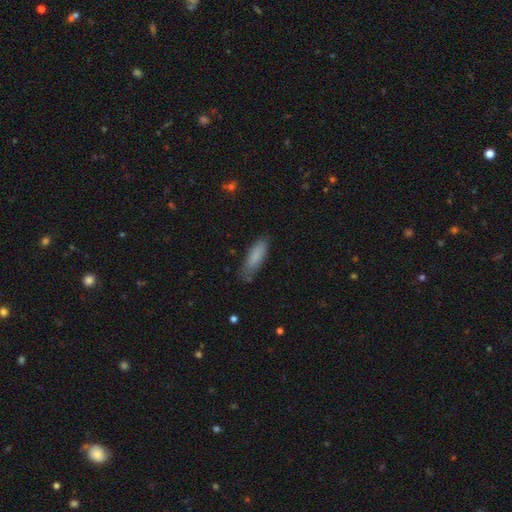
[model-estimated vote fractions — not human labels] Smooth or featured?
  - smooth: 85% *
  - featured or disk: 9%
  - star or artifact: 6%
How rounded?
  - cigar-shaped: 52% *
  - in between: 46%
  - round: 1%
Merging?
  - none: 75% *
  - minor disturbance: 19%
  - major disturbance: 4%
  - merger: 2%